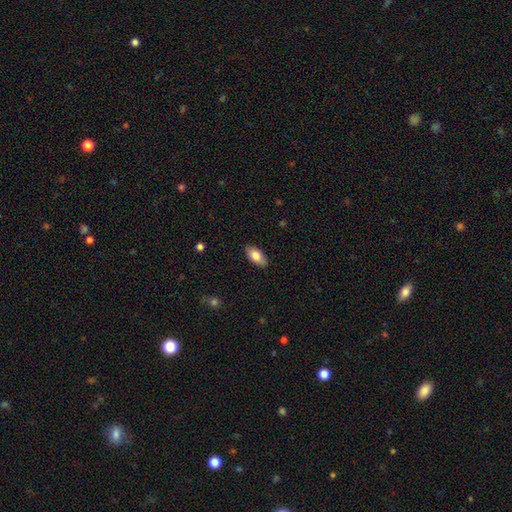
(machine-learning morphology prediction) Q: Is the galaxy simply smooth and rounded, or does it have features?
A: smooth — 80%.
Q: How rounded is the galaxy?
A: in between — 92%.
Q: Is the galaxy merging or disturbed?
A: none — 87%.